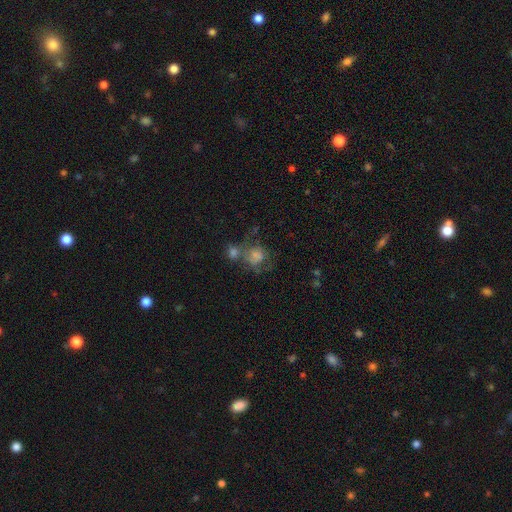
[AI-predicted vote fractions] This appears to be a featured or disk galaxy (40%). Merging: none (39%).